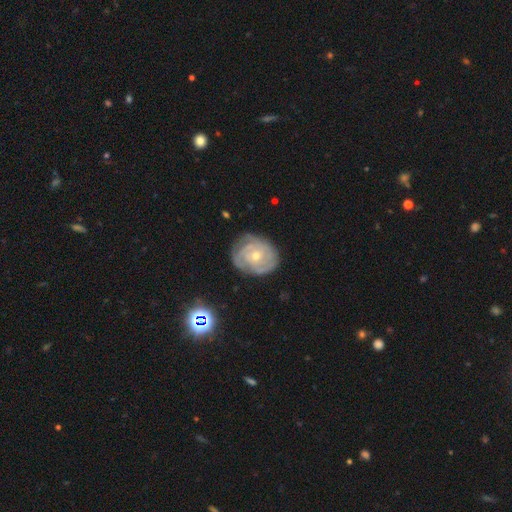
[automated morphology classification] A featured or disk galaxy (79%) with no bar (74%), tight (75%) spiral arms (91%) and a small central bulge (54%).

Vote fractions:
- Smooth or featured? featured or disk: 79% / smooth: 13% / star or artifact: 8%
- Edge-on disk? no: 97% / yes: 3%
- Bar? no: 74% / weak: 21% / strong: 5%
- Spiral arms? yes: 91% / no: 9%
- Spiral winding? tight: 75% / medium: 20% / loose: 5%
- Spiral arm count? can't tell: 39% / 3: 22% / 2: 18% / 4: 11% / 1: 5% / more than 4: 5%
- Bulge size? small: 54% / moderate: 43% / large: 1% / none: 1% / dominant: 1%
- Merging? none: 72% / minor disturbance: 20% / major disturbance: 7% / merger: 1%